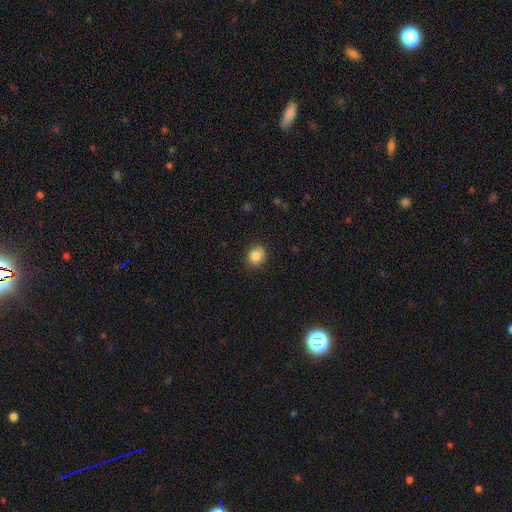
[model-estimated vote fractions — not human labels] This is clearly a smooth galaxy (84%). How rounded: likely round (73%). Merging: clearly none (84%).